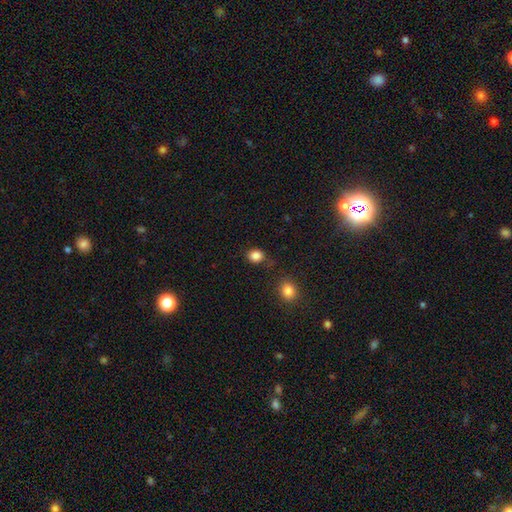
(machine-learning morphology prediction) A smooth galaxy with no disk features (85%) that is round (65%). Merging: none (76%).